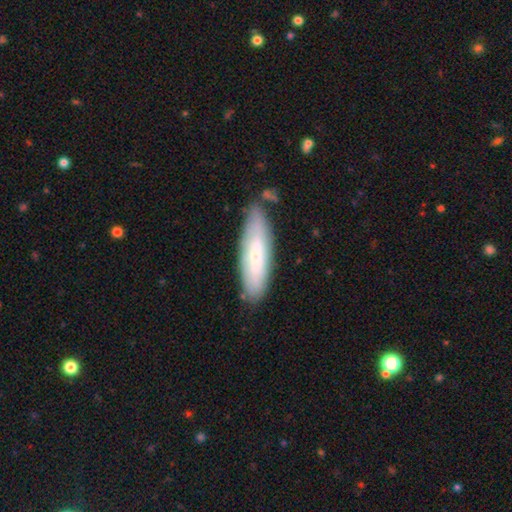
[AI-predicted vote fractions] This is possibly a smooth galaxy (57%). How rounded: likely cigar-shaped (61%). Merging: likely none (74%).